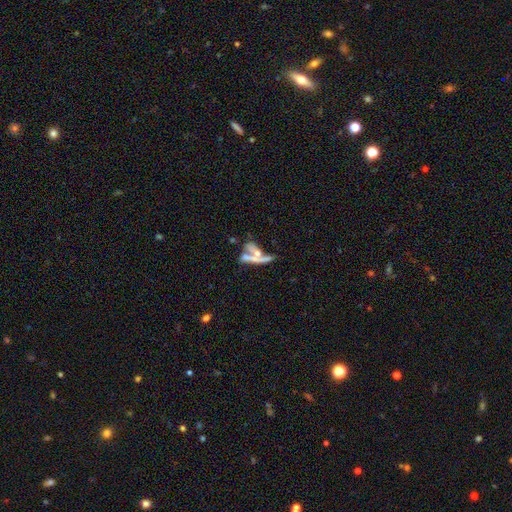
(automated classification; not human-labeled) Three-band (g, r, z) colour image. It shows a featured or disk galaxy (48%). Merging: merger (55%).